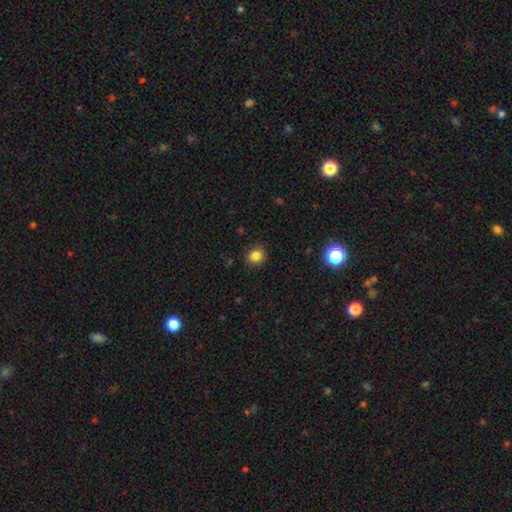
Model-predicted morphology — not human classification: Smooth or featured? Predicted: smooth (p=0.83). How rounded? Predicted: round (p=0.75). Merging? Predicted: none (p=0.88).